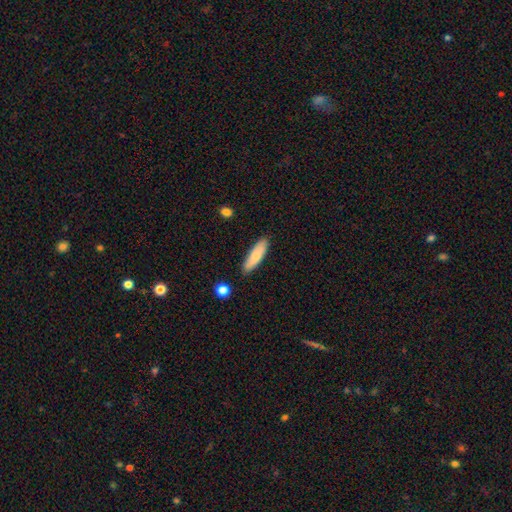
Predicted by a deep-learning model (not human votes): This appears to be a smooth galaxy with no disk features (79%) that is cigar-shaped (60%). Merging: none (86%).